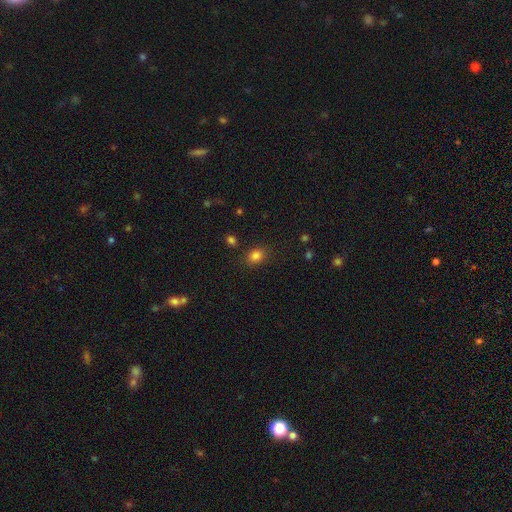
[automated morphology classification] The model was most divided on "how rounded": in between: 57%, round: 42%, cigar-shaped: 1%. More confident: merging — none (84%); smooth or featured — smooth (82%).